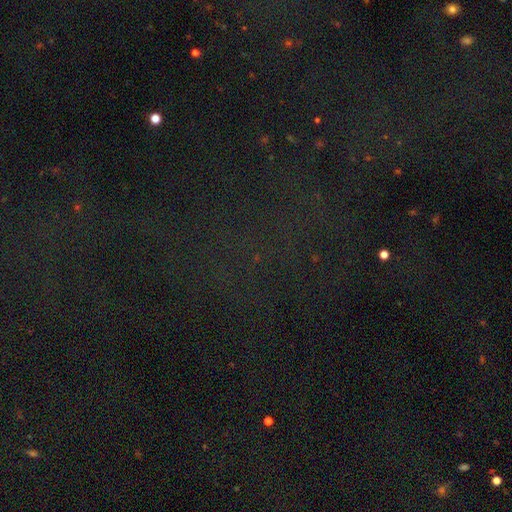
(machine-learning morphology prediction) A star or artifact, not a galaxy (78%).

Vote fractions:
- Smooth or featured? star or artifact: 78% / smooth: 13% / featured or disk: 9%